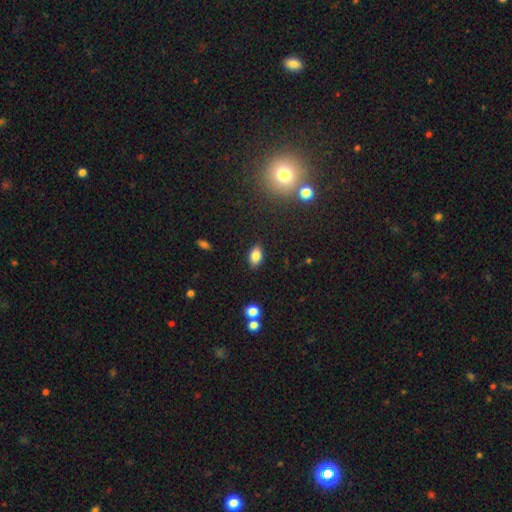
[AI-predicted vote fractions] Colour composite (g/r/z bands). It shows a smooth galaxy with no disk features (82%) that is in between round and cigar-shaped (87%). Merging: none (85%).